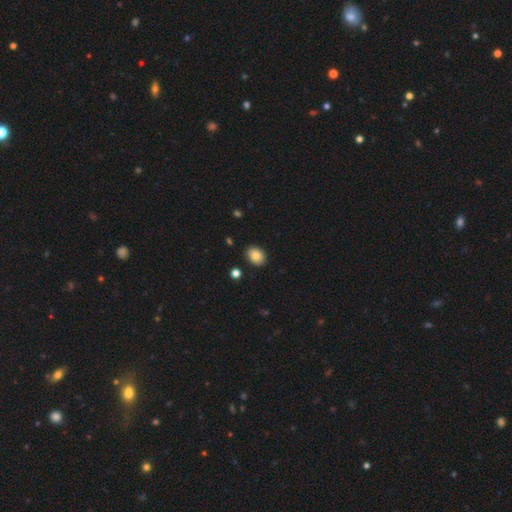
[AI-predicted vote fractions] Smooth or featured?
  - smooth: 82% *
  - featured or disk: 9%
  - star or artifact: 9%
How rounded?
  - in between: 63% *
  - round: 36%
  - cigar-shaped: 1%
Merging?
  - none: 88% *
  - minor disturbance: 9%
  - major disturbance: 2%
  - merger: 2%